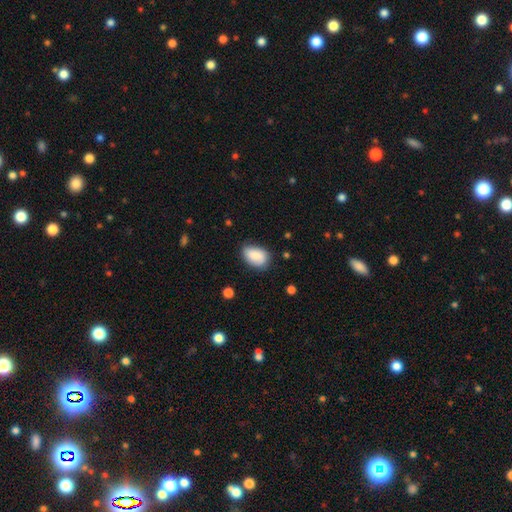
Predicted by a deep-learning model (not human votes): A smooth galaxy with no disk features (83%) that is in between round and cigar-shaped (87%). Merging: none (70%).